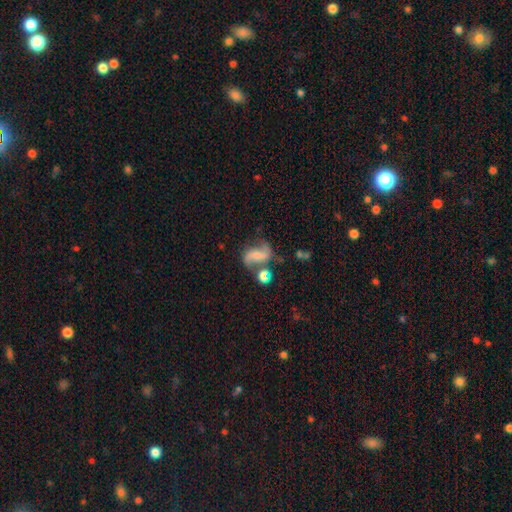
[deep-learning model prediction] This appears to be a featured or disk galaxy (71%) with a weak bar (37%), 2 (90%) loose (68%) spiral arms (91%) and a small central bulge (49%). Merging: none (56%).